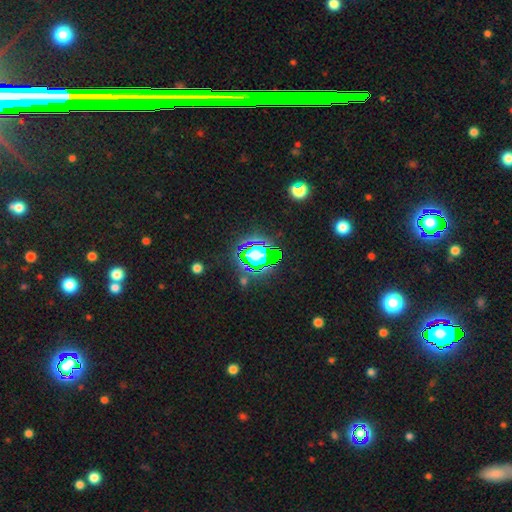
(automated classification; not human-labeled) The model was most divided on "smooth or featured": star or artifact: 80%, smooth: 12%, featured or disk: 9%.